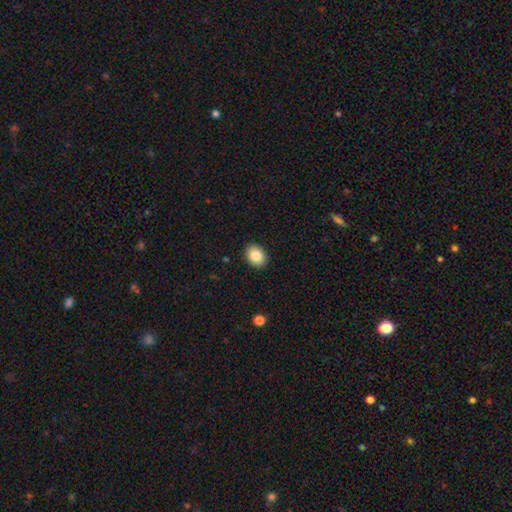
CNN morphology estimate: A smooth galaxy with no disk features (86%) that is in between round and cigar-shaped (64%). Merging: none (90%).